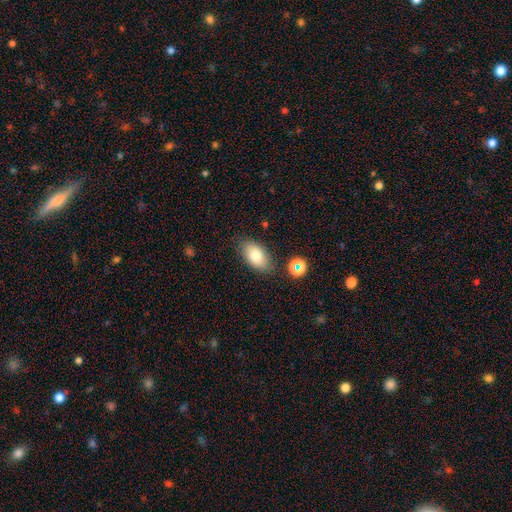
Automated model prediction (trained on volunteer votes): smooth-or-featured: smooth: 78% | featured or disk: 13% | star or artifact: 9%
  how-rounded: in between: 91% | round: 6% | cigar-shaped: 3%
  merging: none: 81% | minor disturbance: 13% | merger: 3% | major disturbance: 3%